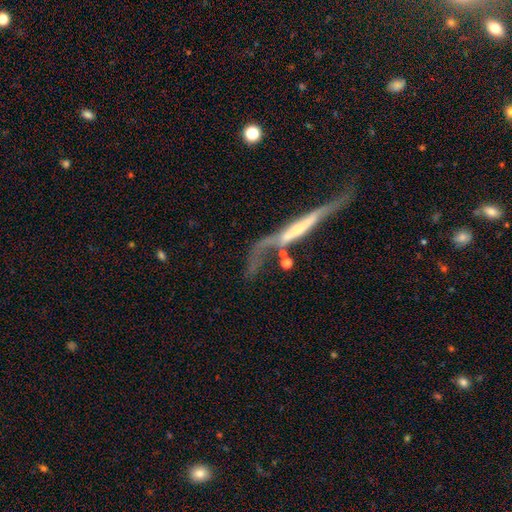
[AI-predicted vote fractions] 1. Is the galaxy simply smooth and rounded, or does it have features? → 76% featured or disk, 16% smooth, 8% star or artifact.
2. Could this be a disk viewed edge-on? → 75% yes, 25% no.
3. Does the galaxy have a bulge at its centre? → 42% none (tied), 42% rounded (tied), 16% boxy.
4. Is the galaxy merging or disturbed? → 41% none, 23% major disturbance, 21% minor disturbance, 15% merger.